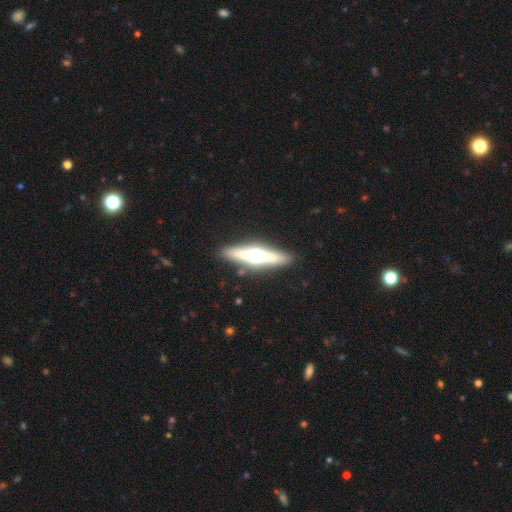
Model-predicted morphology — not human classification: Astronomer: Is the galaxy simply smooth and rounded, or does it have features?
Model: featured or disk — 65%.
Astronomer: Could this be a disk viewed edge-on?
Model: yes — 93%.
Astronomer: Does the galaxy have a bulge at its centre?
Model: rounded — 93%.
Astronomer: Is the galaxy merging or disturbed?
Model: none — 87%.